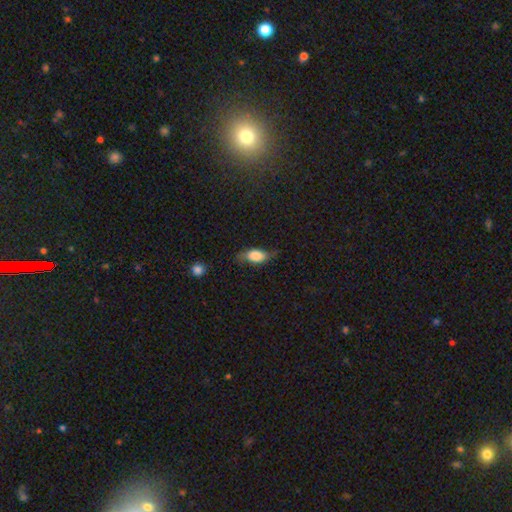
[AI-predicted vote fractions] This is likely a smooth galaxy (67%). How rounded: clearly in between (84%). Merging: possibly none (58%).